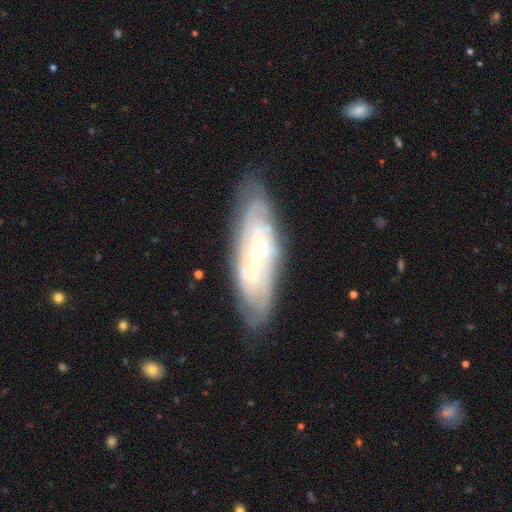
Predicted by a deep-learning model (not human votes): The model was most divided on "bar": weak: 40%, strong: 36%, no: 24%. Remaining: spiral arms — yes (93%); edge-on disk — no (86%); smooth or featured — featured or disk (82%); merging — none (79%); bulge size — small (75%); spiral winding — tight (62%); spiral arm count — can't tell (40%).